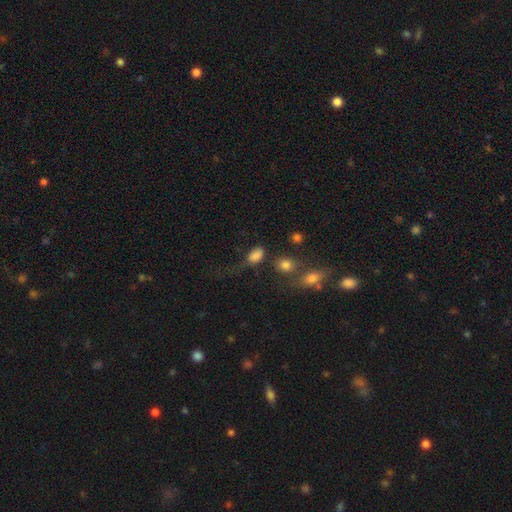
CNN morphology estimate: Q: Smooth or featured?
A: smooth (83%); runner-up: star or artifact (10%)
Q: How rounded?
A: in between (85%); runner-up: round (12%)
Q: Merging?
A: none (43%); runner-up: minor disturbance (25%)